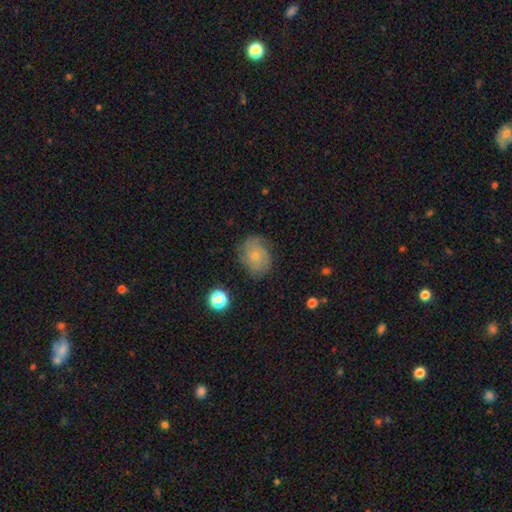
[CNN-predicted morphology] This is possibly a smooth galaxy (54%). How rounded: possibly round (51%). Merging: likely none (71%).